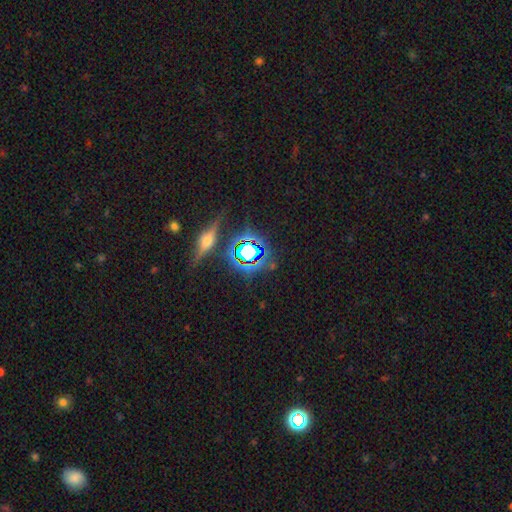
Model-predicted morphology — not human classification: Smooth or featured: star or artifact — 60% (featured or disk — 21%)